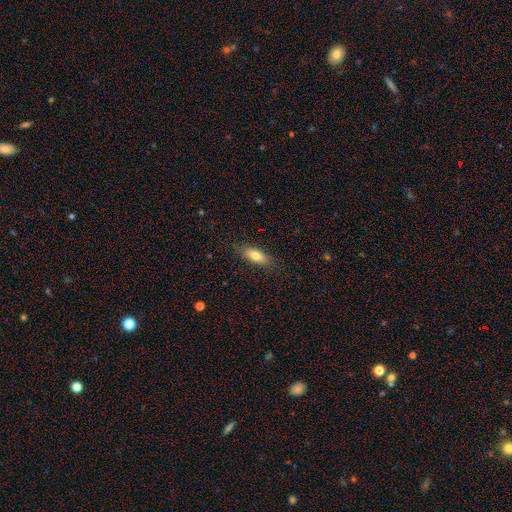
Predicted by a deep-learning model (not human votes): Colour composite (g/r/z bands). It shows a smooth galaxy with no disk features (76%) that is in between round and cigar-shaped (72%). Merging: none (84%).